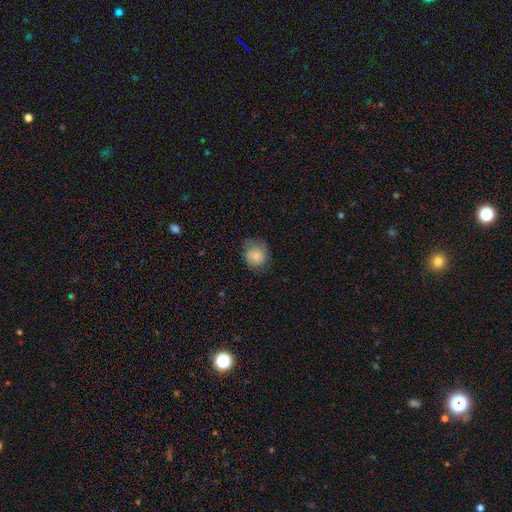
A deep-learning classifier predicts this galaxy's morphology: This is likely a smooth galaxy (76%). How rounded: likely round (74%). Merging: likely none (66%).